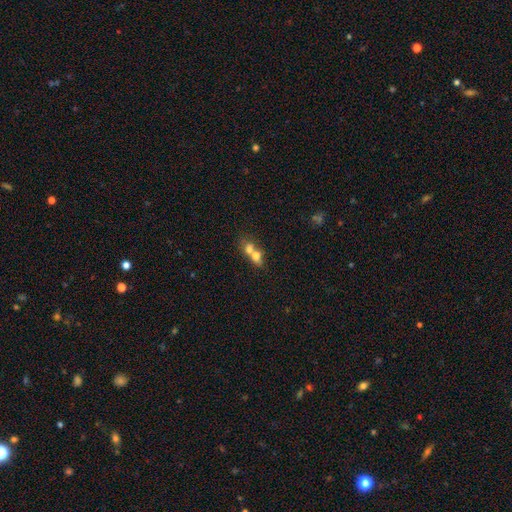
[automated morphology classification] smooth 67%, featured or disk 22%, star or artifact 11%. Down the decision tree: how rounded — round (51%); merging — merger (72%).